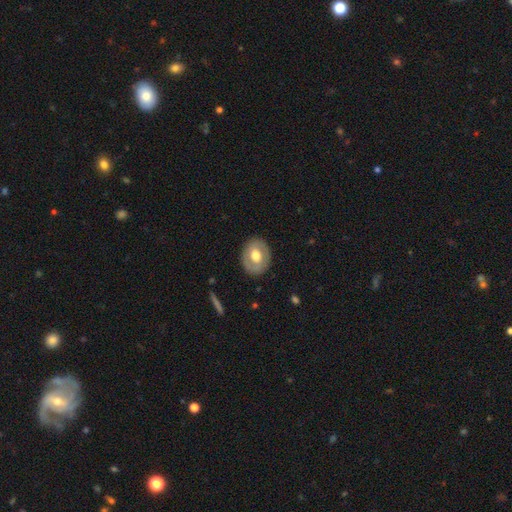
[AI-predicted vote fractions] This is possibly a smooth galaxy (51%). How rounded: possibly in between (50%). Merging: clearly none (85%).